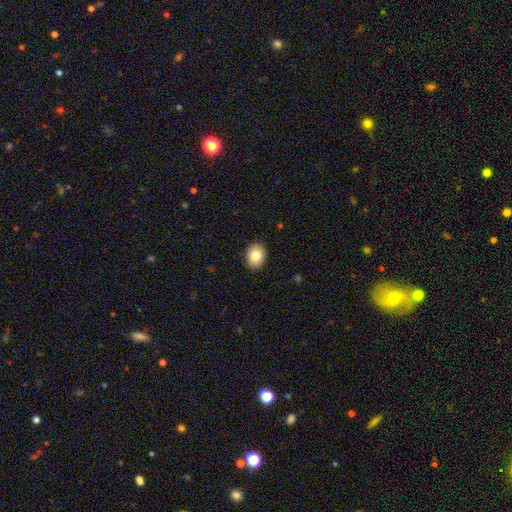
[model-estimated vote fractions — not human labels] Q: Smooth or featured?
A: smooth (83%); runner-up: featured or disk (9%)
Q: How rounded?
A: in between (56%); runner-up: round (43%)
Q: Merging?
A: none (90%); runner-up: minor disturbance (7%)